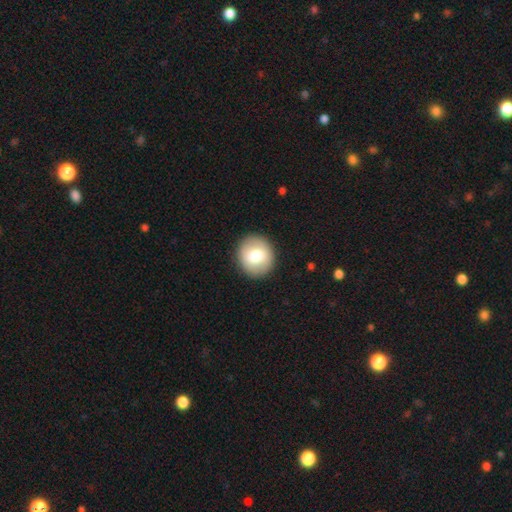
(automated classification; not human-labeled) Overall: smooth (75%). How rounded: round (87%). Merging: none (91%).